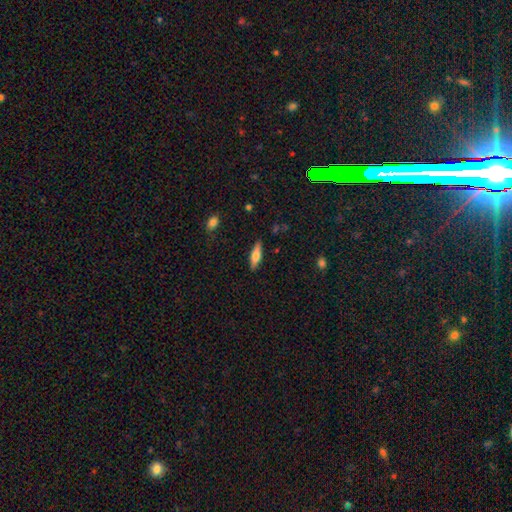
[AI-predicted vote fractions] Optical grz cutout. It shows a smooth galaxy with no disk features (57%) that is cigar-shaped (59%). Merging: none (87%).